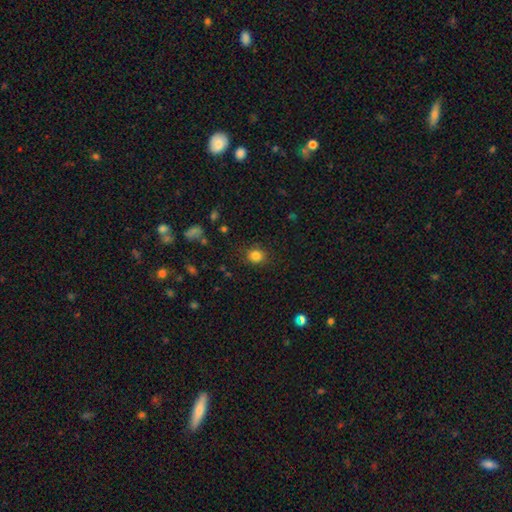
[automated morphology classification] Overall: smooth (83%). How rounded: round (74%). Merging: none (86%).